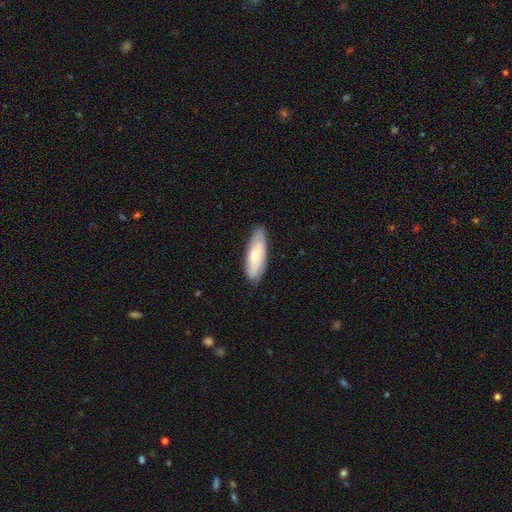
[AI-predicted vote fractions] A smooth galaxy with no disk features (61%) that is in between round and cigar-shaped (62%).

Vote fractions:
- Smooth or featured? smooth: 61% / featured or disk: 34% / star or artifact: 6%
- How rounded? in between: 62% / cigar-shaped: 36% / round: 2%
- Merging? none: 79% / minor disturbance: 17% / major disturbance: 3% / merger: 1%